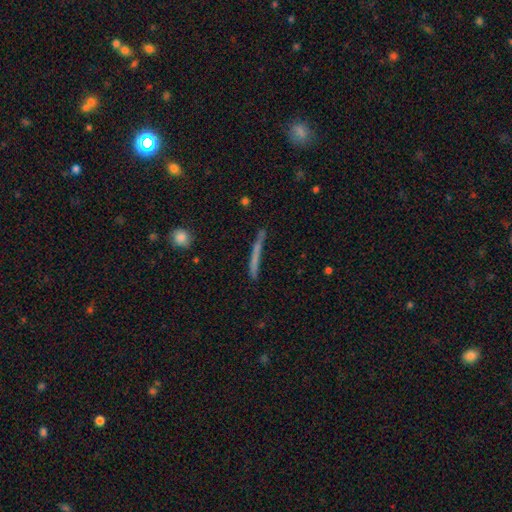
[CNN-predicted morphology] This is possibly a smooth galaxy (55%). How rounded: clearly cigar-shaped (95%). Merging: likely none (79%).